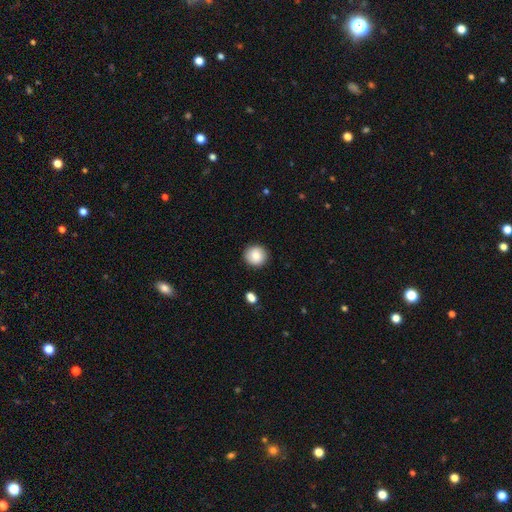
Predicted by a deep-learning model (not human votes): Smooth or featured?
  - smooth: 84% *
  - star or artifact: 8%
  - featured or disk: 8%
How rounded?
  - round: 92% *
  - in between: 7%
  - cigar-shaped: 1%
Merging?
  - none: 91% *
  - minor disturbance: 6%
  - major disturbance: 2%
  - merger: 1%